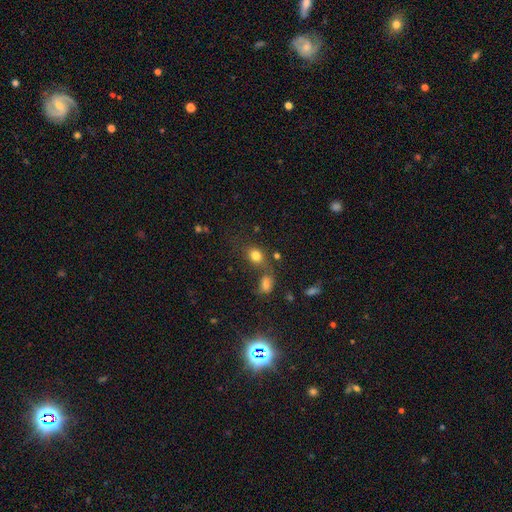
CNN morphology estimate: Smooth or featured? smooth (80%)
How rounded? in between (58%)
Merging? none (56%)